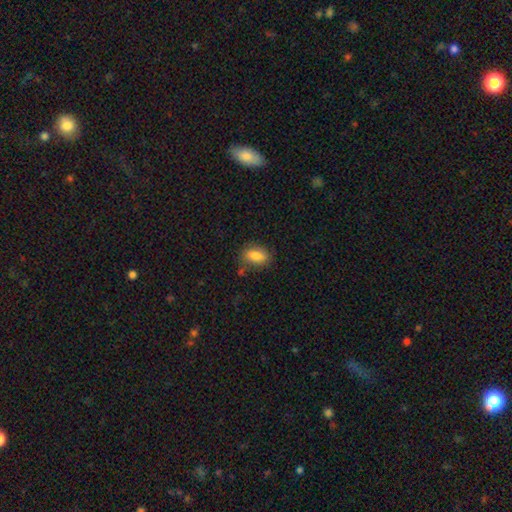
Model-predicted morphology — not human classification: Smooth or featured? Predicted: smooth (p=0.84). How rounded? Predicted: in between (p=0.87). Merging? Predicted: none (p=0.76).